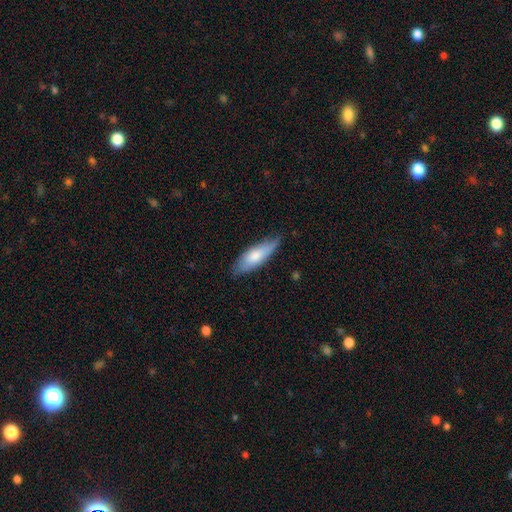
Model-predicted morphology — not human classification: Smooth or featured?
  - smooth: 72% *
  - featured or disk: 22%
  - star or artifact: 6%
How rounded?
  - in between: 57% *
  - cigar-shaped: 41%
  - round: 2%
Merging?
  - none: 71% *
  - minor disturbance: 24%
  - major disturbance: 4%
  - merger: 1%